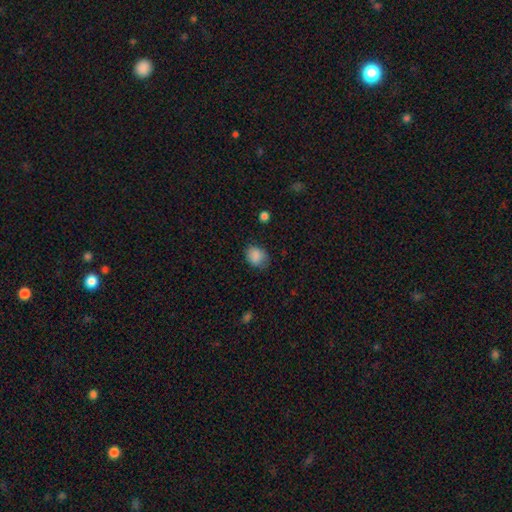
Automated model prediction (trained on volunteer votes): This appears to be a smooth galaxy with no disk features (85%) that is in between round and cigar-shaped (53%). Merging: none (69%).